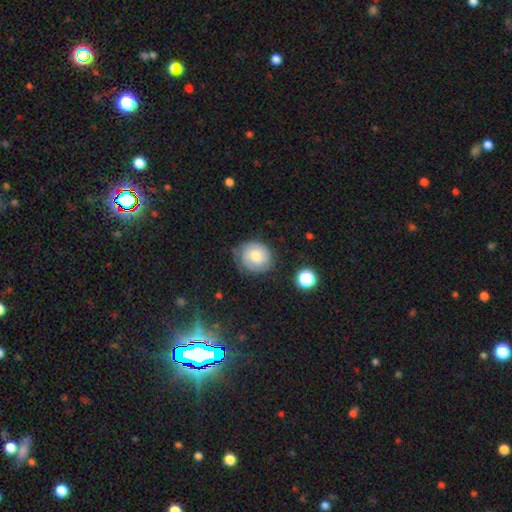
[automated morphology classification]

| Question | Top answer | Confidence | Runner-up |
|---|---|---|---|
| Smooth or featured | smooth | 59% | featured or disk (32%) |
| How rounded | round | 81% | in between (18%) |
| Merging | none | 67% | minor disturbance (23%) |